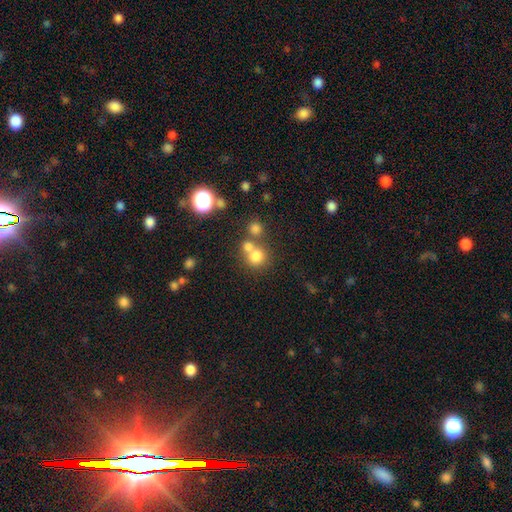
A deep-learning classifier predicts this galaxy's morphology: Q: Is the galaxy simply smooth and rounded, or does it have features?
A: smooth — 73%.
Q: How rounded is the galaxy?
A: round — 87%.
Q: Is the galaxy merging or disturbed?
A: none — 52%.